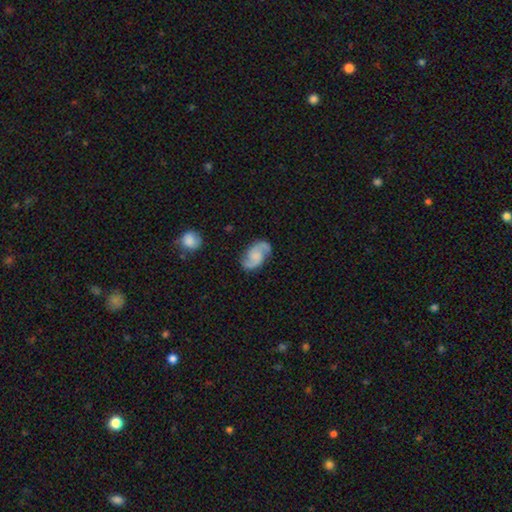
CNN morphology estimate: Smooth or featured? featured or disk (84%)
Edge-on disk? no (98%)
Bar? no (58%)
Spiral arms? yes (97%)
Spiral winding? medium (53%)
Spiral arm count? 2 (93%)
Bulge size? none (48%)
Merging? none (80%)